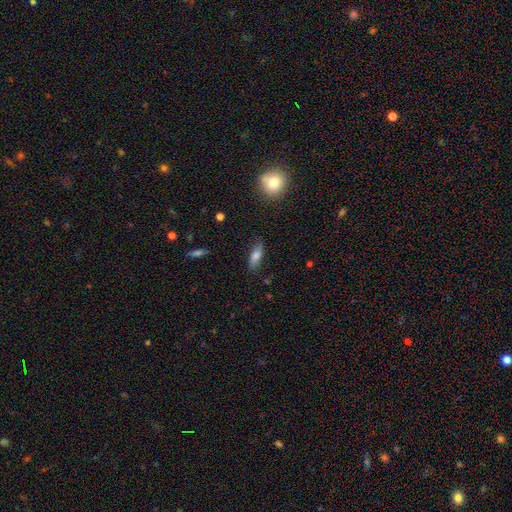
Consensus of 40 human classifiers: Smooth or featured? smooth (75%)
How rounded? in between (50%)
Merging? none (74%)